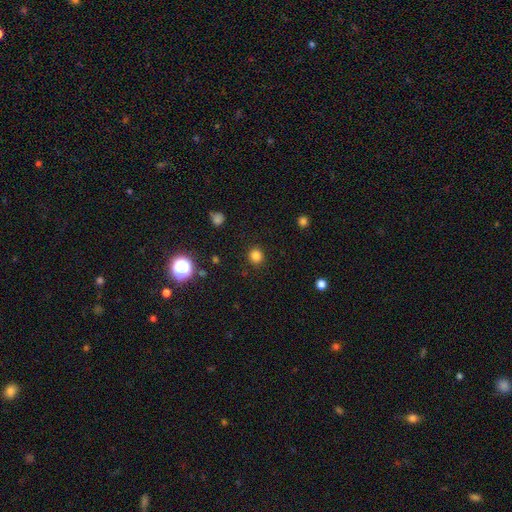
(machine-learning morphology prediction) This appears to be a smooth galaxy with no disk features (82%) that is round (89%). Merging: none (90%).